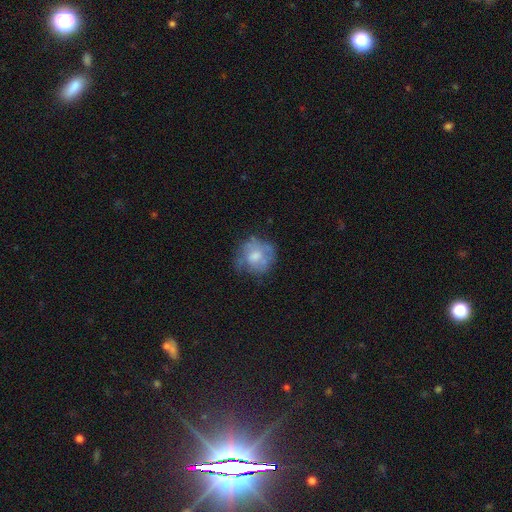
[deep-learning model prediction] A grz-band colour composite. It shows a smooth galaxy with no disk features (53%) that is round (80%). Merging: none (54%).